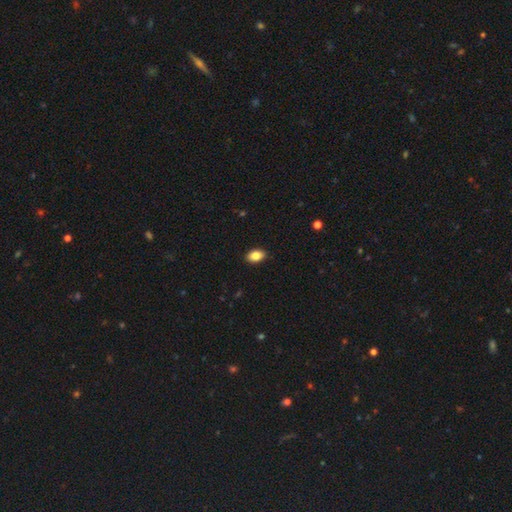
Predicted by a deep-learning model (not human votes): A smooth galaxy with no disk features (86%) that is in between round and cigar-shaped (87%). Merging: none (88%).